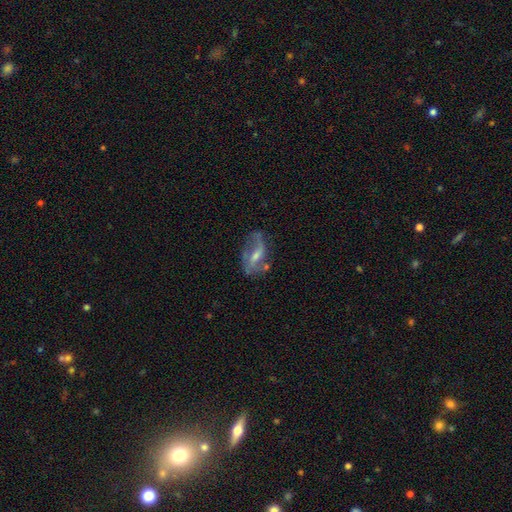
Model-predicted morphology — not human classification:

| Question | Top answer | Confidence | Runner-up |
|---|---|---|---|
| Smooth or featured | featured or disk | 73% | smooth (19%) |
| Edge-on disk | no | 93% | yes (7%) |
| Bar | weak | 44% | no (29%) |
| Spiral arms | yes | 80% | no (20%) |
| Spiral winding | loose | 57% | medium (32%) |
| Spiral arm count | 2 | 76% | can't tell (12%) |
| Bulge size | small | 45% | tied: moderate (45%) |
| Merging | none | 54% | minor disturbance (24%) |